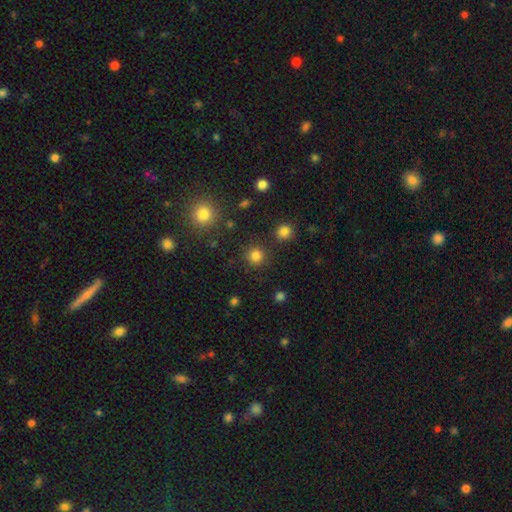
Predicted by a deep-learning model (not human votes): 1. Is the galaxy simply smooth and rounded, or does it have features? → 81% smooth, 14% star or artifact, 4% featured or disk.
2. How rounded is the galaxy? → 94% round, 6% in between, 1% cigar-shaped.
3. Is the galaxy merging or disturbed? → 87% none, 6% minor disturbance, 3% merger, 3% major disturbance.